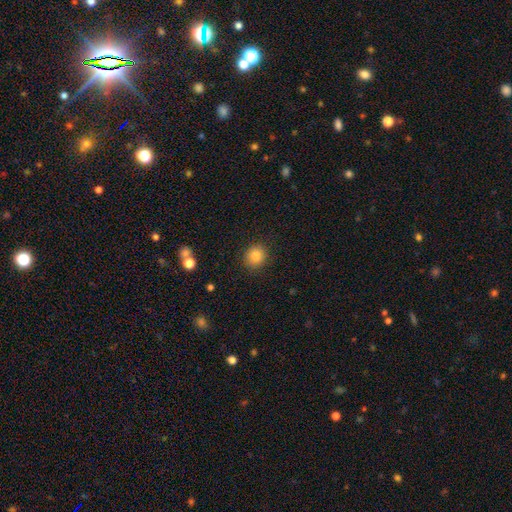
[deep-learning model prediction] smooth-or-featured: smooth: 84% | star or artifact: 10% | featured or disk: 6%
  how-rounded: round: 83% | in between: 16% | cigar-shaped: 1%
  merging: none: 88% | minor disturbance: 8% | major disturbance: 3% | merger: 1%